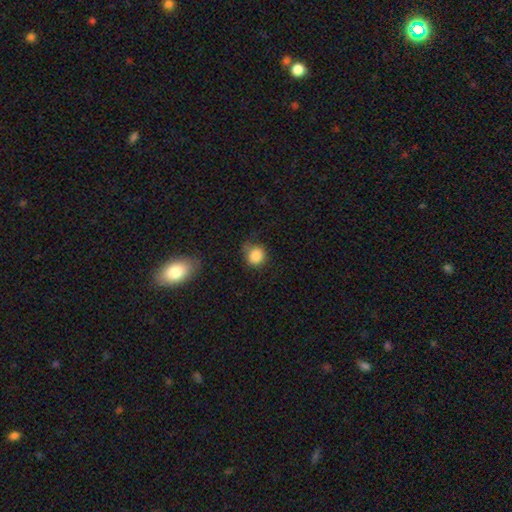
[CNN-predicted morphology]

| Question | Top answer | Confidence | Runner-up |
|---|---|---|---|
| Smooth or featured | smooth | 85% | star or artifact (10%) |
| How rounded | round | 82% | in between (17%) |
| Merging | none | 60% | minor disturbance (28%) |